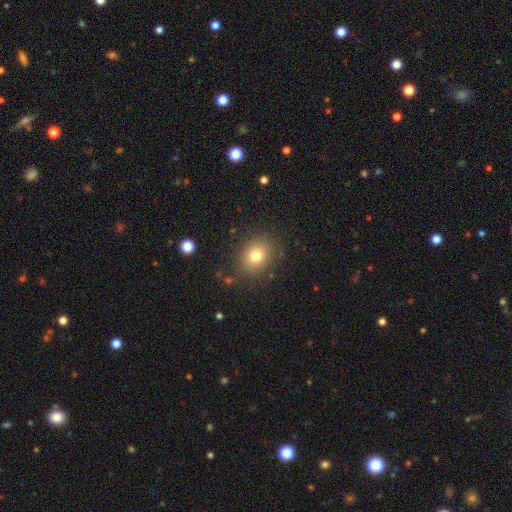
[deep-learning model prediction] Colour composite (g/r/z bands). It shows a smooth galaxy with no disk features (78%) that is round (58%). Merging: none (85%).